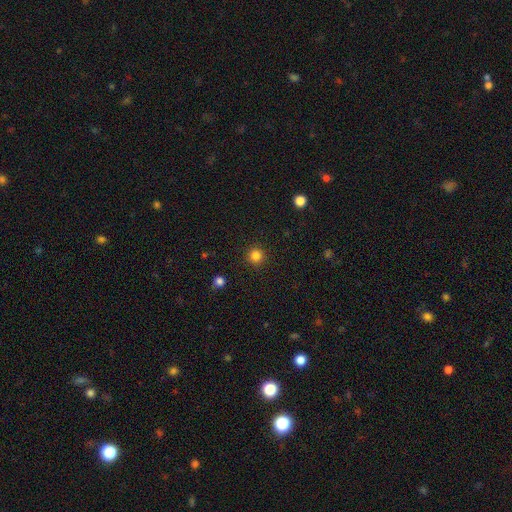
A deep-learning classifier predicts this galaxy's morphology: Smooth or featured? smooth (83%)
How rounded? round (95%)
Merging? none (91%)